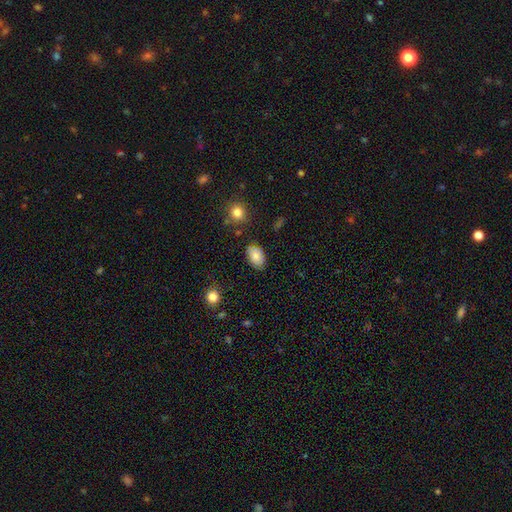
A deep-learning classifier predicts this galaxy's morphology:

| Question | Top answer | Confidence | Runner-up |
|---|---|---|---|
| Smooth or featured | smooth | 84% | featured or disk (8%) |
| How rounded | in between | 90% | round (9%) |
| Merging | none | 78% | minor disturbance (16%) |